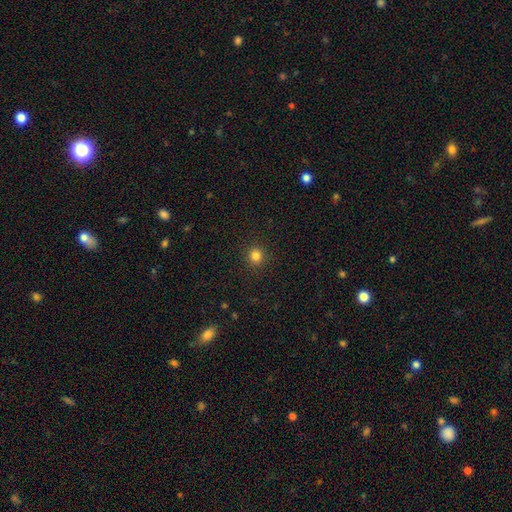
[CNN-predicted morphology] type=smooth (82%); roundness=round (89%); merging=none (91%).